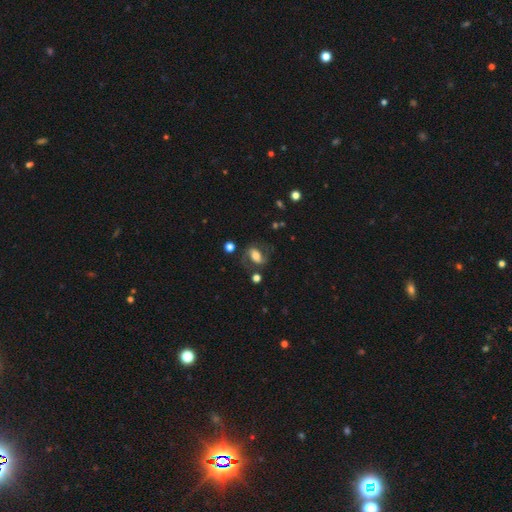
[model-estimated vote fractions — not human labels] Morphology: type=featured or disk (55%); edge-on=no (94%); bar=weak (34%, tied with strong); spiral arms=yes (81%); bulge=moderate (52%); merging=none (65%).